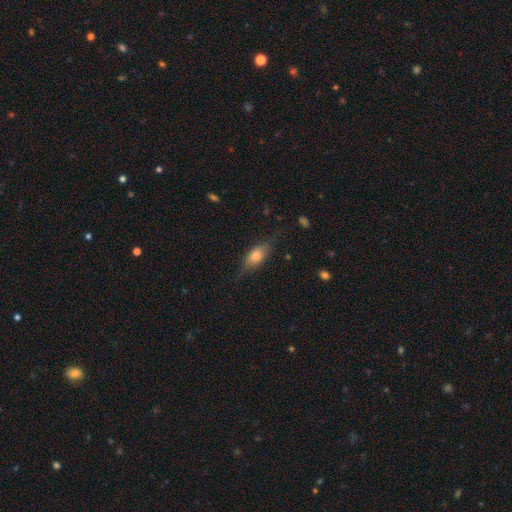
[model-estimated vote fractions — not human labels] A smooth galaxy with no disk features (59%) that is in between round and cigar-shaped (72%). Merging: none (71%).